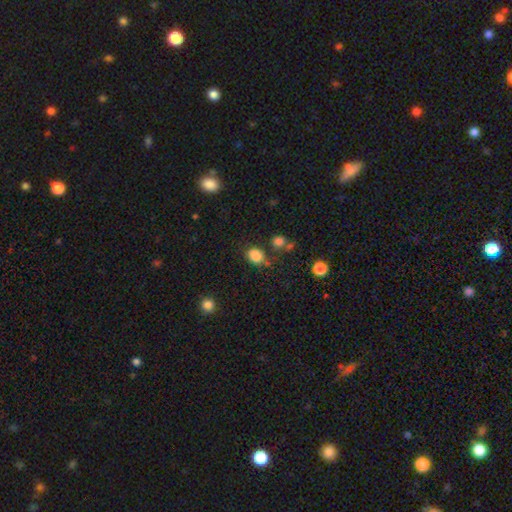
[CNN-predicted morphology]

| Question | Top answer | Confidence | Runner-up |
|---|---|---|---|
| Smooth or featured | smooth | 83% | star or artifact (12%) |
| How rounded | round | 50% | in between (49%) |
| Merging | none | 69% | minor disturbance (17%) |